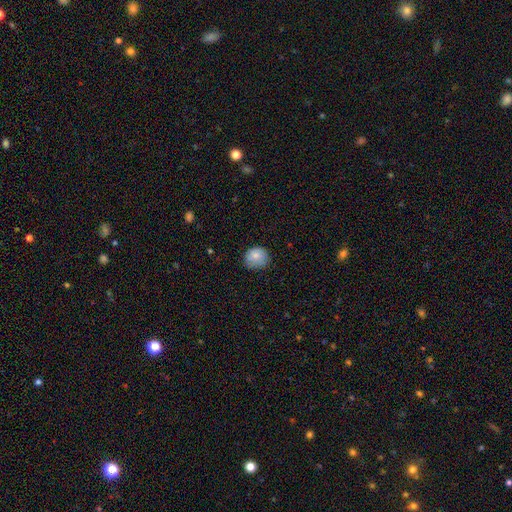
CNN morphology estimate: type=smooth (81%); roundness=round (75%); merging=none (64%).